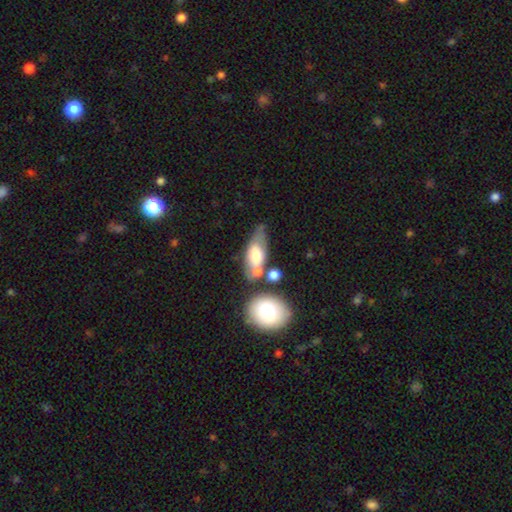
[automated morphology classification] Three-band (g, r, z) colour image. It shows a smooth galaxy with no disk features (62%) that is in between round and cigar-shaped (77%). Merging: none (35%).